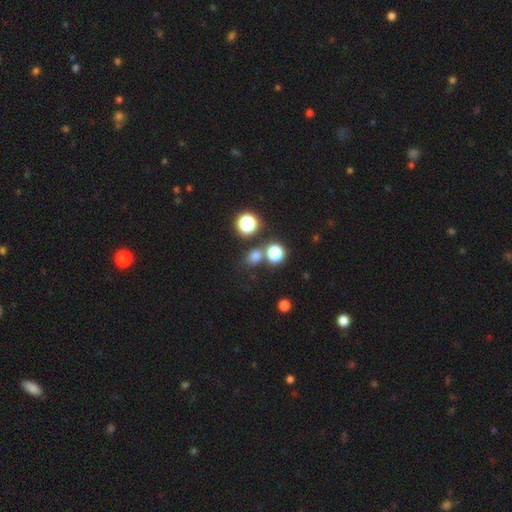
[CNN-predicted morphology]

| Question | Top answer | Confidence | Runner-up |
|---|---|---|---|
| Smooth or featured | smooth | 70% | star or artifact (24%) |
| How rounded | round | 68% | in between (31%) |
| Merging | none | 69% | merger (18%) |